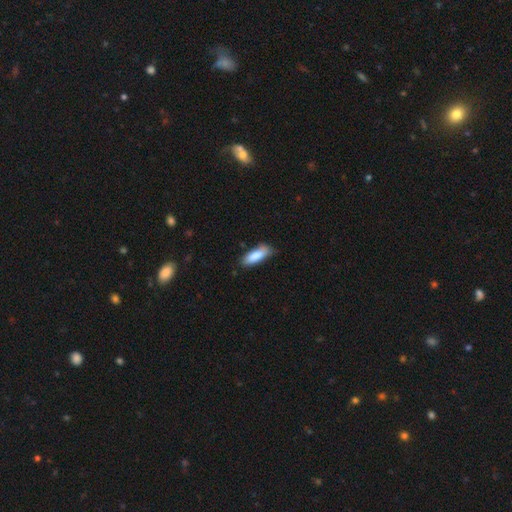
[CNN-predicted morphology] type=smooth (86%); roundness=in between (58%); merging=none (71%).